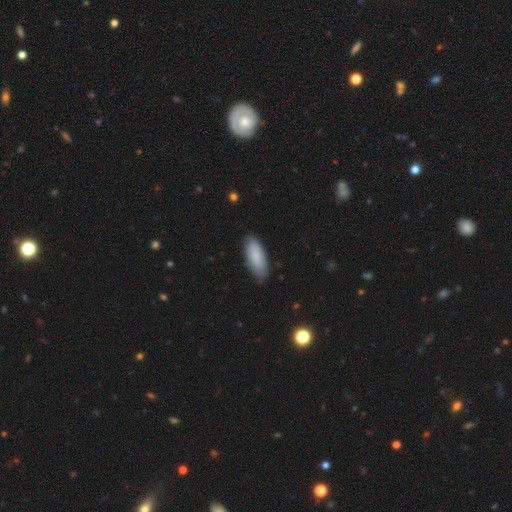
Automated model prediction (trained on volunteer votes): Smooth or featured: smooth — 81% (featured or disk — 13%)
How rounded: in between — 76% (cigar-shaped — 22%)
Merging: none — 77% (minor disturbance — 19%)